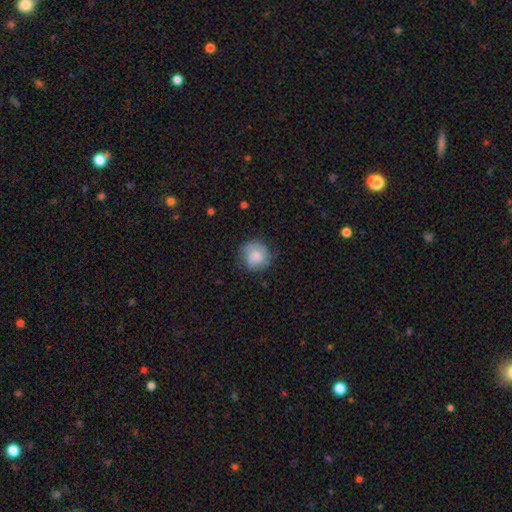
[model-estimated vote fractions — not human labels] Smooth or featured?
  - smooth: 75% *
  - featured or disk: 18%
  - star or artifact: 7%
How rounded?
  - round: 87% *
  - in between: 12%
  - cigar-shaped: 1%
Merging?
  - none: 65% *
  - minor disturbance: 25%
  - major disturbance: 8%
  - merger: 1%